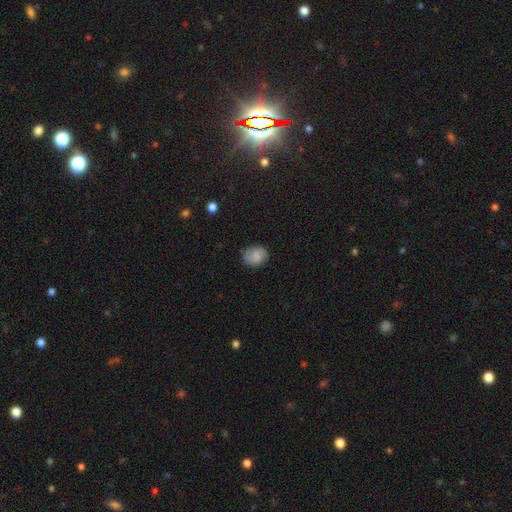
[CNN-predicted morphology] smooth-or-featured: smooth: 67% | featured or disk: 24% | star or artifact: 9%
  how-rounded: round: 63% | in between: 36% | cigar-shaped: 1%
  merging: none: 79% | minor disturbance: 15% | major disturbance: 4% | merger: 1%